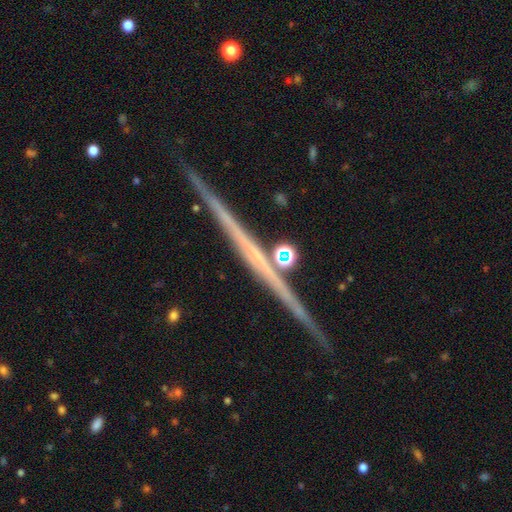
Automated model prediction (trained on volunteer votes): A featured or disk galaxy (79%) viewed edge-on (98%) with no central bulge (73%). Merging: none (88%).